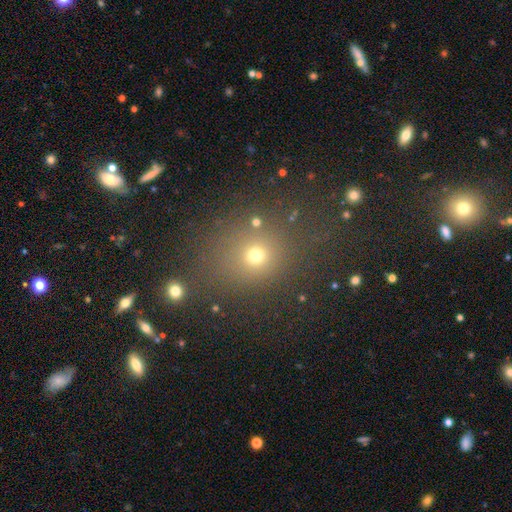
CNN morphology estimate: Smooth or featured? smooth (66%)
How rounded? round (72%)
Merging? none (74%)